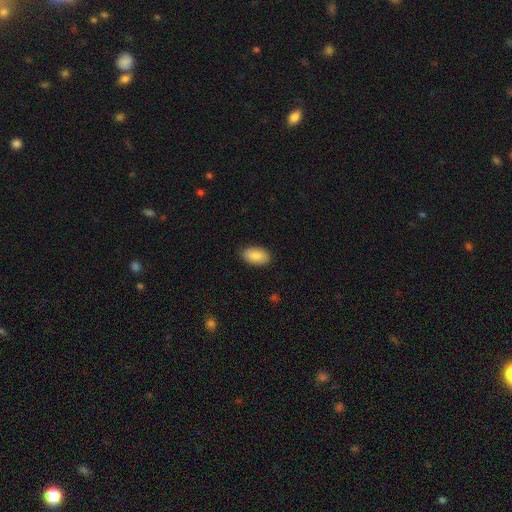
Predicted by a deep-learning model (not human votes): smooth-or-featured: smooth: 83% | featured or disk: 10% | star or artifact: 6%
  how-rounded: in between: 93% | round: 6% | cigar-shaped: 1%
  merging: none: 84% | minor disturbance: 13% | major disturbance: 2% | merger: 1%